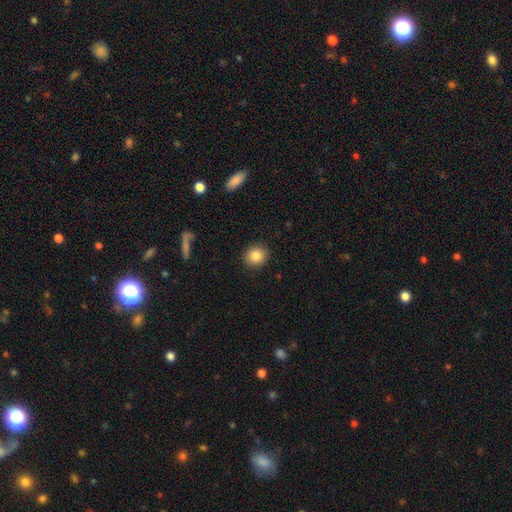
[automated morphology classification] smooth 85%, star or artifact 9%, featured or disk 6%. Down the decision tree: how rounded — round (78%); merging — none (90%).